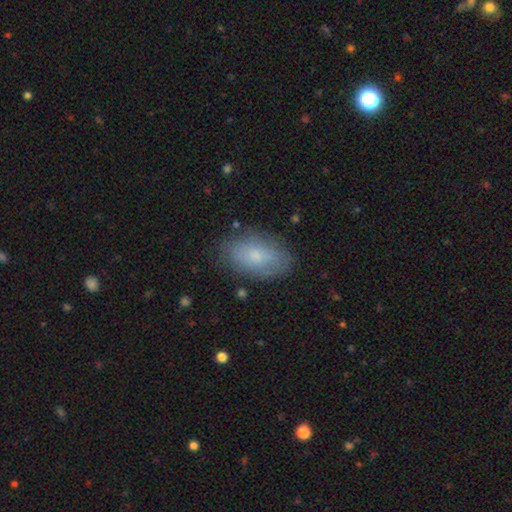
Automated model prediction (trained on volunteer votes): smooth-or-featured: smooth: 71% | featured or disk: 22% | star or artifact: 7%
  how-rounded: in between: 92% | round: 6% | cigar-shaped: 2%
  merging: none: 78% | minor disturbance: 16% | major disturbance: 4% | merger: 2%